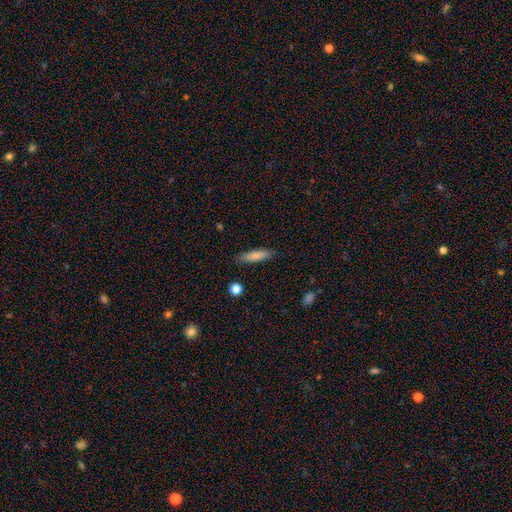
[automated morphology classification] Smooth or featured? smooth (81%)
How rounded? cigar-shaped (72%)
Merging? none (86%)